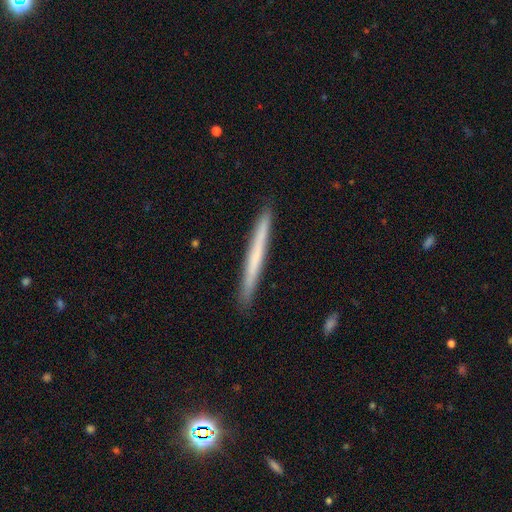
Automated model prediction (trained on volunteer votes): Smooth or featured?
  - smooth: 56% *
  - featured or disk: 38%
  - star or artifact: 6%
How rounded?
  - cigar-shaped: 97% *
  - in between: 1%
  - round: 1%
Merging?
  - none: 92% *
  - minor disturbance: 6%
  - major disturbance: 1%
  - merger: 1%